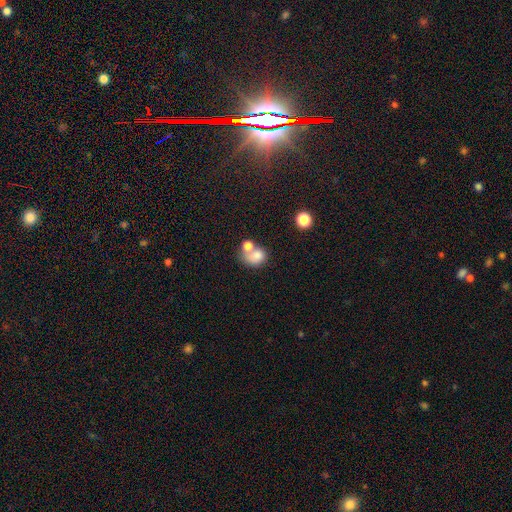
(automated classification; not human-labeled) Smooth or featured: smooth — 75% (featured or disk — 15%)
How rounded: round — 53% (in between — 46%)
Merging: merger — 54% (none — 27%)